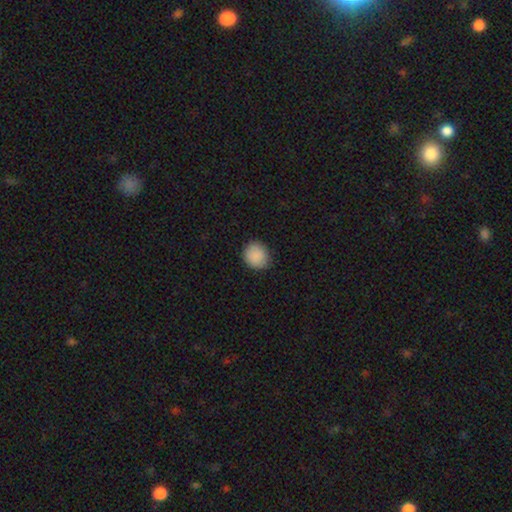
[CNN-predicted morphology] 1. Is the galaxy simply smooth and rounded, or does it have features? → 89% smooth, 8% star or artifact, 3% featured or disk.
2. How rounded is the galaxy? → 81% round, 18% in between, 1% cigar-shaped.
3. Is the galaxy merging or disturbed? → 86% none, 11% minor disturbance, 2% major disturbance, 1% merger.